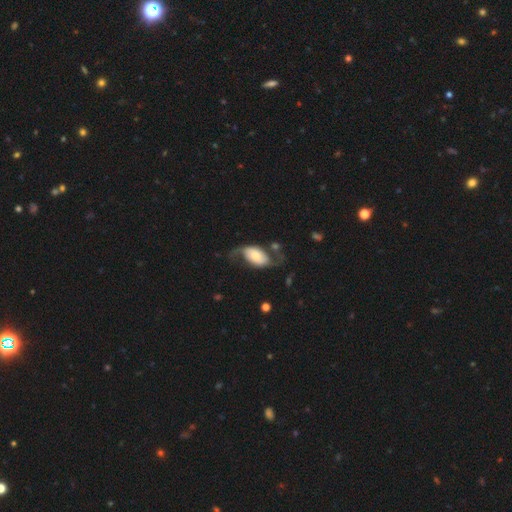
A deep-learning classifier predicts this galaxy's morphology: smooth-or-featured: featured or disk: 60% | smooth: 34% | star or artifact: 6%
  disk-edge-on: no: 94% | yes: 6%
    bar: no: 61% | weak: 26% | strong: 13%
    has-spiral-arms: yes: 85% | no: 15%
    bulge-size: small: 36% | moderate: 32% | large: 17% | dominant: 10% | none: 5%
  merging: none: 48% | major disturbance: 24% | minor disturbance: 24% | merger: 4%